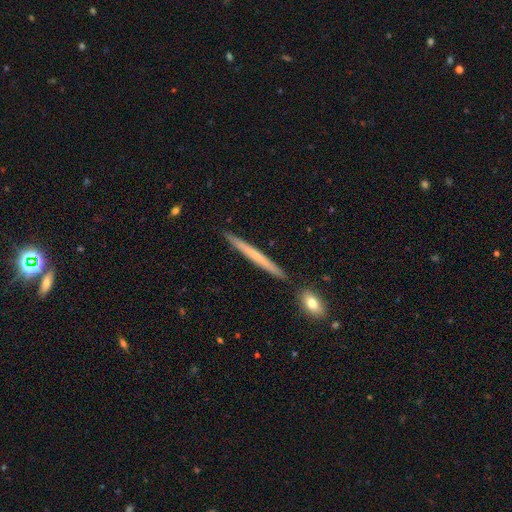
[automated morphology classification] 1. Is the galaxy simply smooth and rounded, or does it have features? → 50% smooth, 44% featured or disk, 6% star or artifact.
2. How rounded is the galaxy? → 97% cigar-shaped, 2% in between, 1% round.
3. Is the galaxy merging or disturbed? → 89% none, 7% minor disturbance, 3% merger, 1% major disturbance.